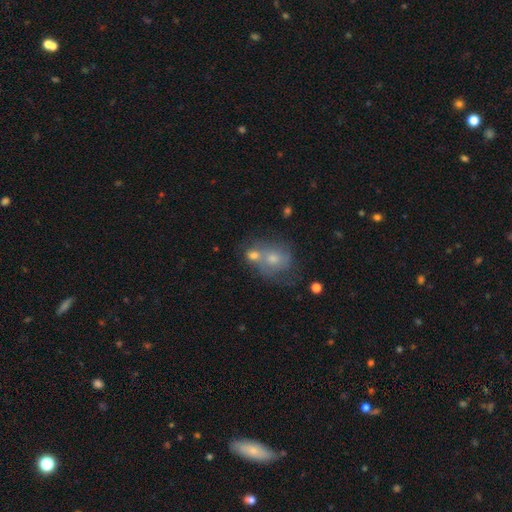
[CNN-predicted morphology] Smooth or featured: smooth — 45% (featured or disk — 39%)
Merging: merger — 43% (none — 34%)